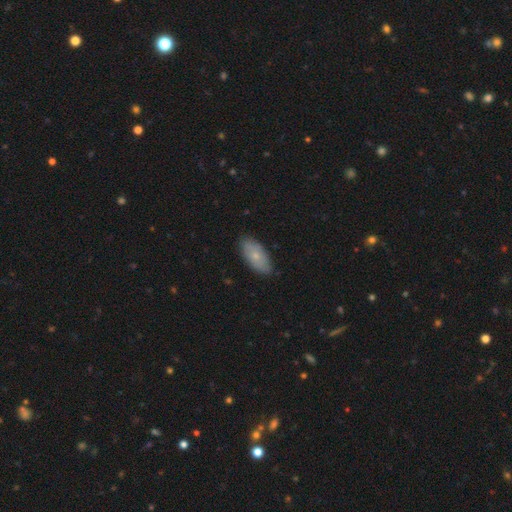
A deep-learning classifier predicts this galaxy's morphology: Overall: smooth (70%). How rounded: in between (90%). Merging: none (84%).